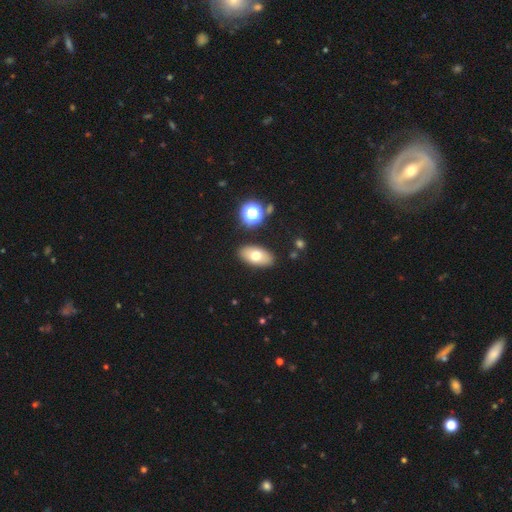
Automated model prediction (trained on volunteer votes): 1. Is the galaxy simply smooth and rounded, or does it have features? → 70% smooth, 20% featured or disk, 9% star or artifact.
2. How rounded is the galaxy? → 91% in between, 5% round, 4% cigar-shaped.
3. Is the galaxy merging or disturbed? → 87% none, 8% minor disturbance, 2% major disturbance, 2% merger.